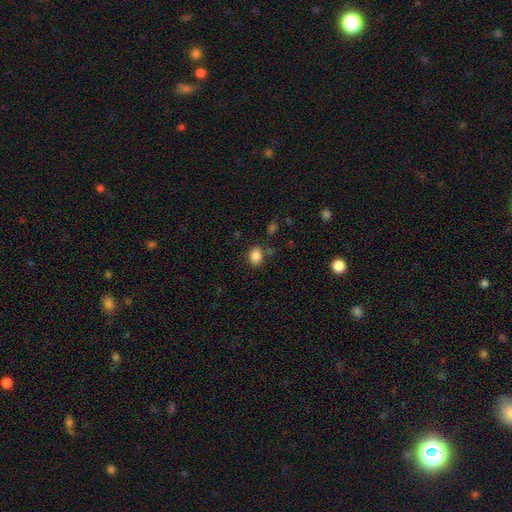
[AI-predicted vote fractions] Smooth or featured?
  - smooth: 85% *
  - star or artifact: 10%
  - featured or disk: 4%
How rounded?
  - in between: 53% *
  - round: 46%
  - cigar-shaped: 1%
Merging?
  - none: 76% *
  - minor disturbance: 14%
  - merger: 5%
  - major disturbance: 4%